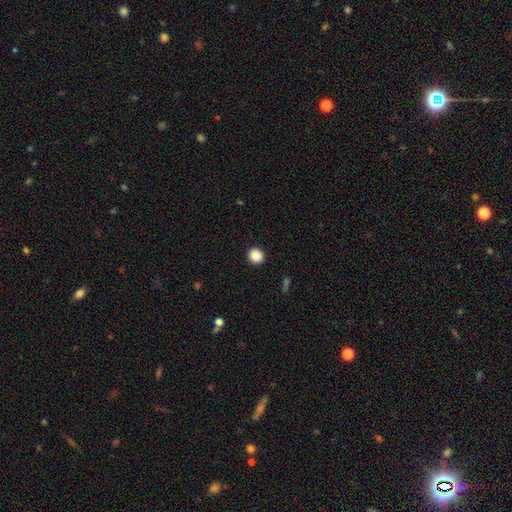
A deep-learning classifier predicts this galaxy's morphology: This is clearly a smooth galaxy (87%). How rounded: clearly round (86%). Merging: clearly none (91%).